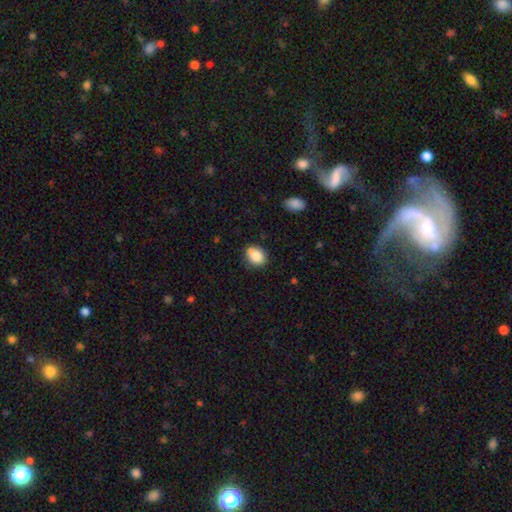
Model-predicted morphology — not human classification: A smooth galaxy with no disk features (82%) that is round (52%). Merging: none (61%).